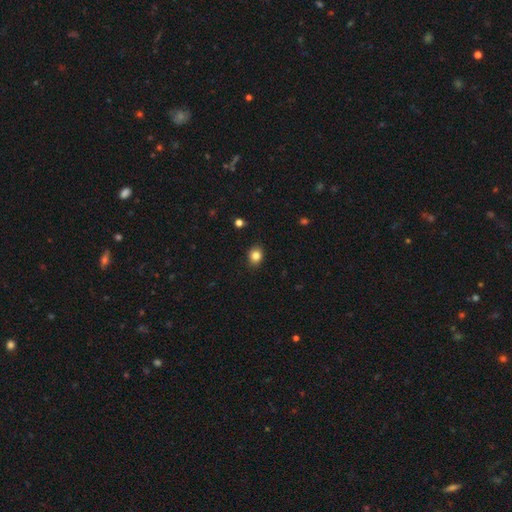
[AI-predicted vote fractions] smooth-or-featured: smooth: 84% | star or artifact: 11% | featured or disk: 6%
  how-rounded: round: 56% | in between: 43% | cigar-shaped: 1%
  merging: none: 89% | minor disturbance: 8% | major disturbance: 2% | merger: 1%